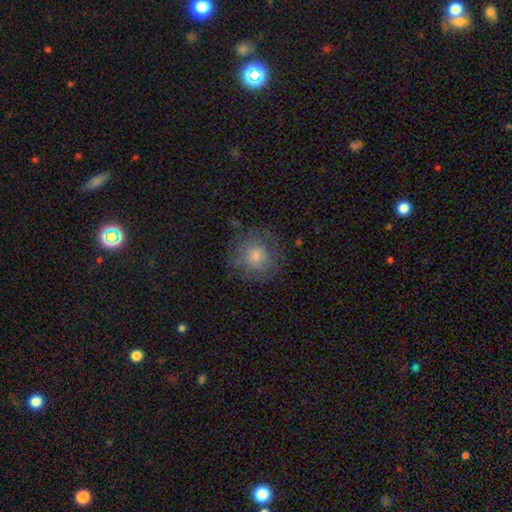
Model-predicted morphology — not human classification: The model was most divided on "smooth or featured": smooth: 69%, featured or disk: 20%, star or artifact: 11%. More confident: how rounded — round (91%); merging — none (77%).